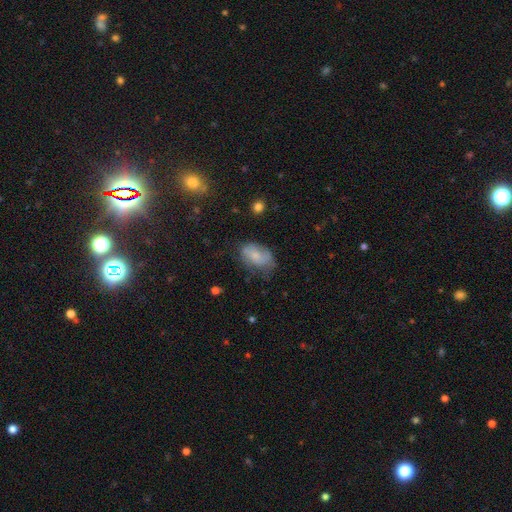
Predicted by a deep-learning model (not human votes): smooth-or-featured: smooth: 55% | featured or disk: 37% | star or artifact: 8%
  how-rounded: in between: 88% | round: 10% | cigar-shaped: 2%
  merging: none: 54% | minor disturbance: 31% | major disturbance: 13% | merger: 2%